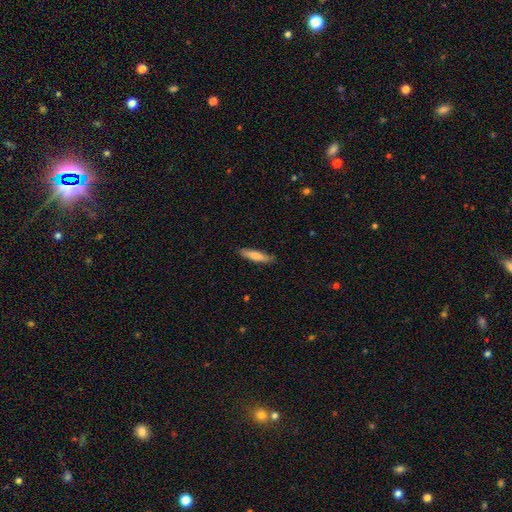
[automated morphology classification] A smooth galaxy with no disk features (73%) that is cigar-shaped (81%). Merging: none (86%).